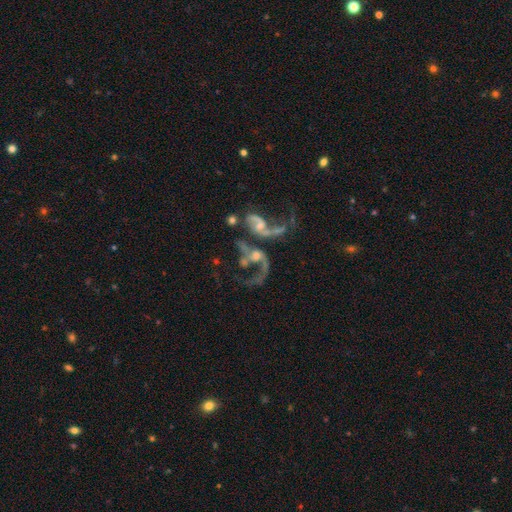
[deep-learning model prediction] featured or disk 71%, smooth 15%, star or artifact 13%. Down the decision tree: edge-on disk — no (96%); bar — no (71%); spiral arms — yes (64%); bulge size — moderate (36%); merging — merger (56%).